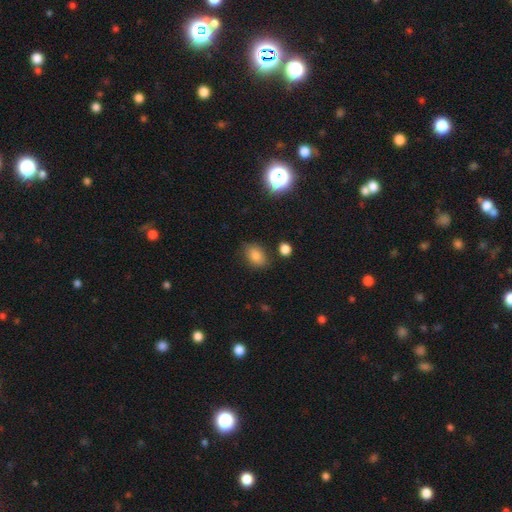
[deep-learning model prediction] smooth 80%, star or artifact 12%, featured or disk 8%. Down the decision tree: how rounded — in between (79%); merging — none (76%).